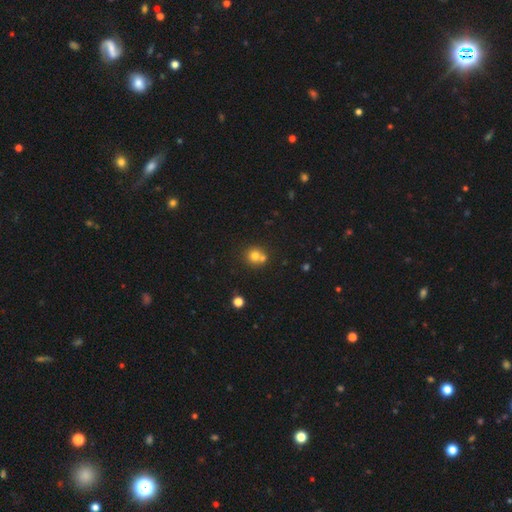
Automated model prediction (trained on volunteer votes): smooth-or-featured: smooth: 73% | star or artifact: 14% | featured or disk: 13%
  how-rounded: round: 87% | in between: 12% | cigar-shaped: 1%
  merging: none: 51% | merger: 38% | minor disturbance: 8% | major disturbance: 3%